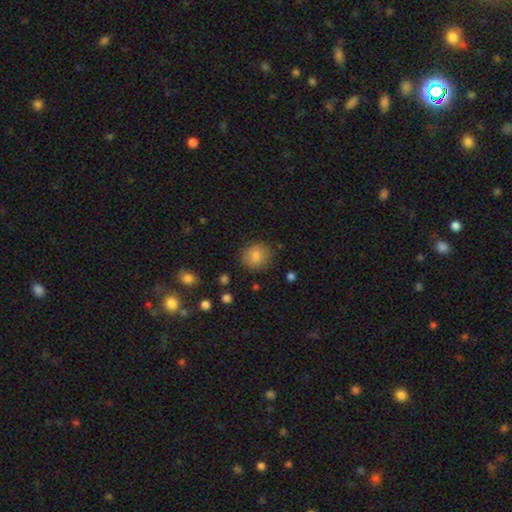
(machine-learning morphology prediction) A smooth galaxy with no disk features (84%) that is round (83%). Merging: none (83%).